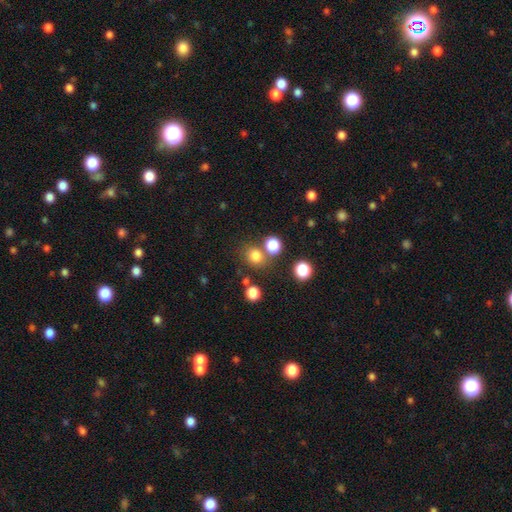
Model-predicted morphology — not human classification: smooth 78%, star or artifact 16%, featured or disk 6%. Down the decision tree: how rounded — round (76%); merging — none (70%).